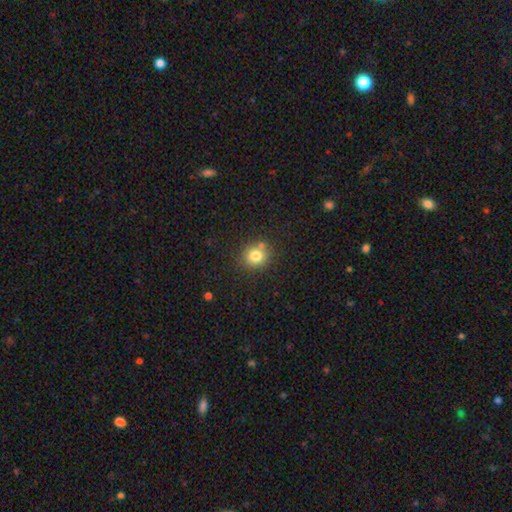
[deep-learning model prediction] The model was most divided on "merging": none: 74%, merger: 12%, minor disturbance: 11%, major disturbance: 3%. More confident: how rounded — round (83%); smooth or featured — smooth (78%).